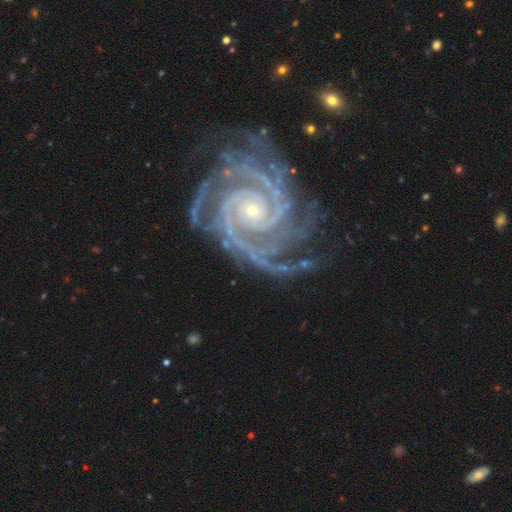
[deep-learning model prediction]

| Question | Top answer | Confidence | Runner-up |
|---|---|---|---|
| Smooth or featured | featured or disk | 94% | star or artifact (4%) |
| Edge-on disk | no | 98% | yes (2%) |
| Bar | no | 65% | weak (21%) |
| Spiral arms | yes | 99% | no (1%) |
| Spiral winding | tight | 79% | medium (19%) |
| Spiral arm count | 2 | 26% | 3 (25%) |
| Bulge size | small | 74% | moderate (23%) |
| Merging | none | 71% | minor disturbance (19%) |